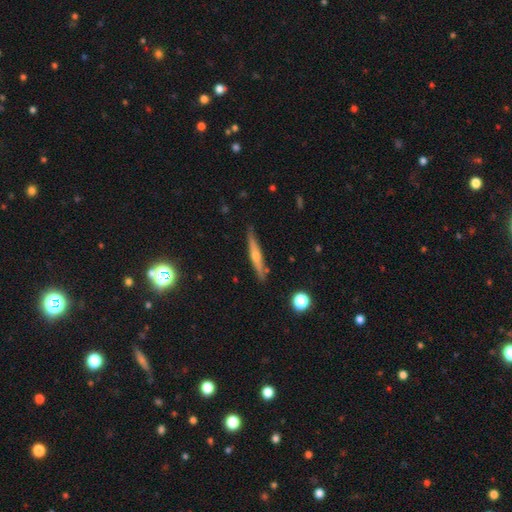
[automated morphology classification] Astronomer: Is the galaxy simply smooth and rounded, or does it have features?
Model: featured or disk — 62%.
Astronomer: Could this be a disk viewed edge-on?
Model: yes — 96%.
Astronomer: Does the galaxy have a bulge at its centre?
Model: rounded — 81%.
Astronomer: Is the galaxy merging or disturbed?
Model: none — 87%.